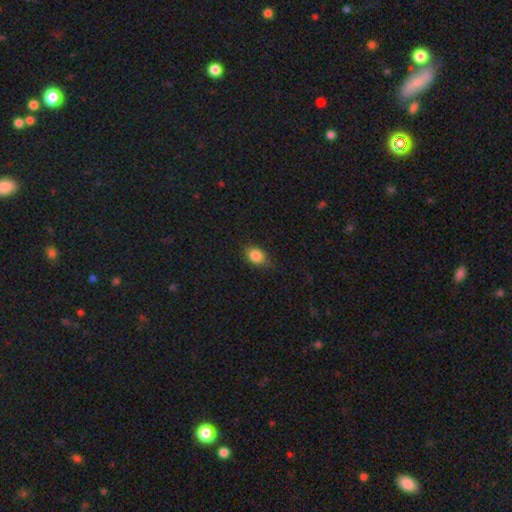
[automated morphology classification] This appears to be a smooth galaxy with no disk features (85%) that is in between round and cigar-shaped (64%). Merging: none (77%).